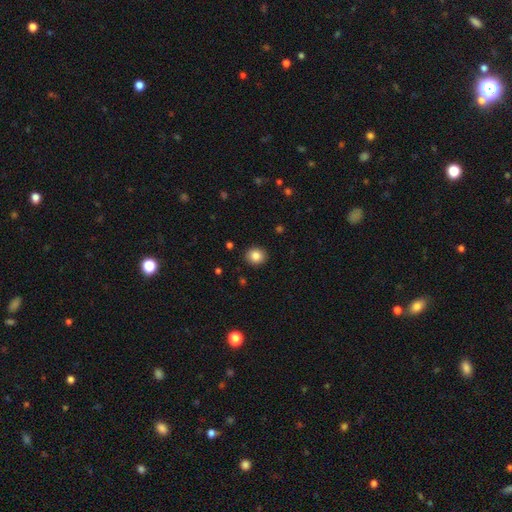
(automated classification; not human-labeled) smooth-or-featured: smooth: 84% | star or artifact: 10% | featured or disk: 6%
  how-rounded: round: 81% | in between: 19% | cigar-shaped: 1%
  merging: none: 91% | minor disturbance: 6% | major disturbance: 2% | merger: 1%